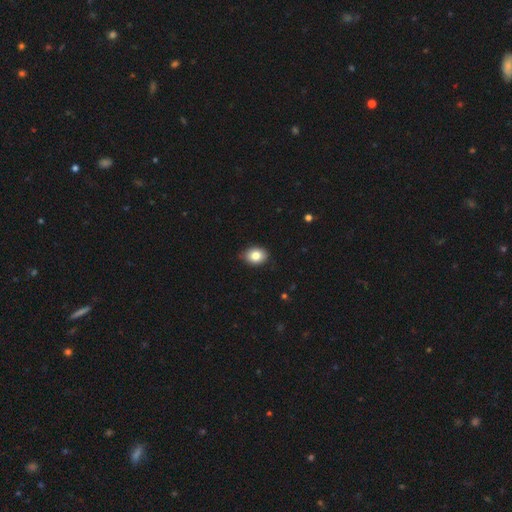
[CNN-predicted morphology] Smooth or featured?
  - smooth: 83% *
  - star or artifact: 9%
  - featured or disk: 8%
How rounded?
  - in between: 64% *
  - round: 35%
  - cigar-shaped: 1%
Merging?
  - none: 84% *
  - minor disturbance: 13%
  - major disturbance: 2%
  - merger: 1%